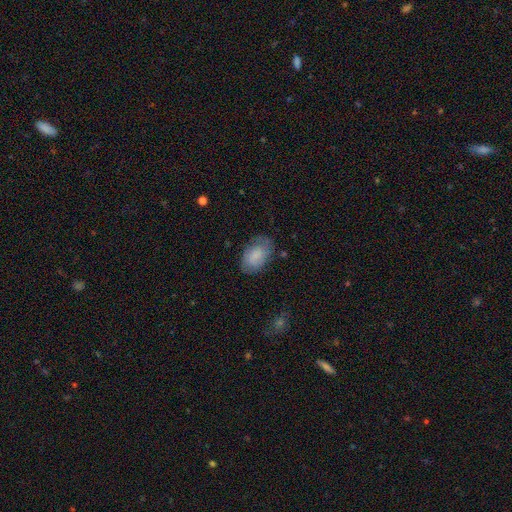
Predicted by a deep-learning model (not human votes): This is likely a smooth galaxy (69%). How rounded: clearly in between (89%). Merging: likely none (68%).